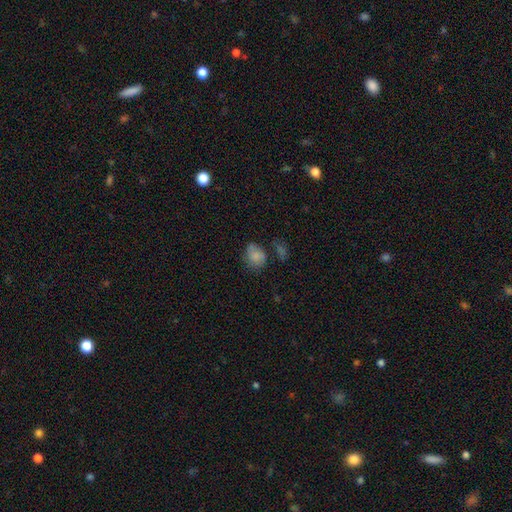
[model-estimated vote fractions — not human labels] Smooth or featured? Predicted: smooth (p=0.76). How rounded? Predicted: round (p=0.58). Merging? Predicted: none (p=0.54).